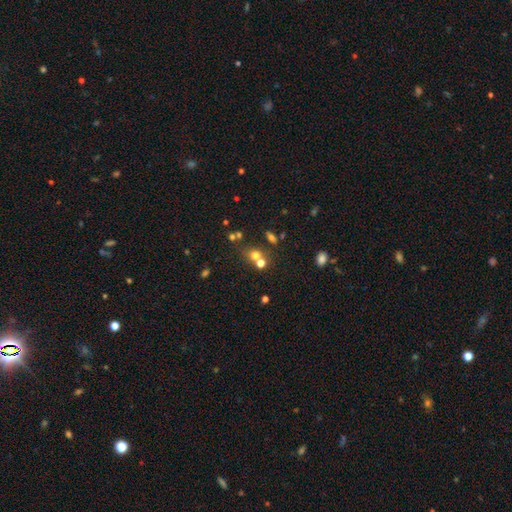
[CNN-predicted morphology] Smooth or featured?
  - smooth: 61% *
  - star or artifact: 24%
  - featured or disk: 15%
How rounded?
  - round: 63% *
  - in between: 35%
  - cigar-shaped: 2%
Merging?
  - none: 50% *
  - merger: 36%
  - minor disturbance: 10%
  - major disturbance: 5%